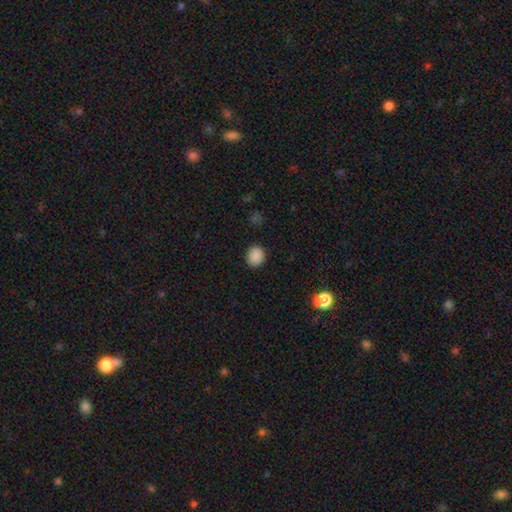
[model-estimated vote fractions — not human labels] Smooth or featured? smooth (88%)
How rounded? round (80%)
Merging? none (90%)